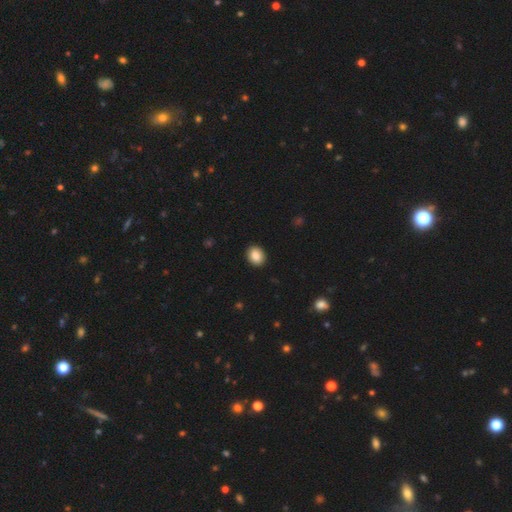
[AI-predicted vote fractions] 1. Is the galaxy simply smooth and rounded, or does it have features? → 88% smooth, 8% star or artifact, 4% featured or disk.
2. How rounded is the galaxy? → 52% in between, 47% round, 1% cigar-shaped.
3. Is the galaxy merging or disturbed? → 91% none, 6% minor disturbance, 2% major disturbance, 1% merger.